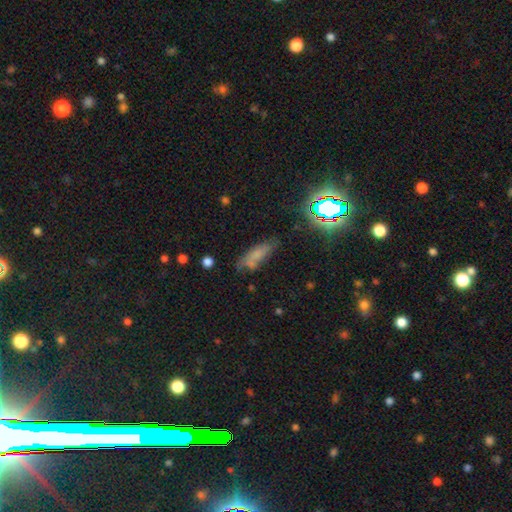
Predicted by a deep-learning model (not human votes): Smooth or featured: smooth — 61% (featured or disk — 20%)
How rounded: in between — 51% (cigar-shaped — 45%)
Merging: none — 58% (minor disturbance — 25%)